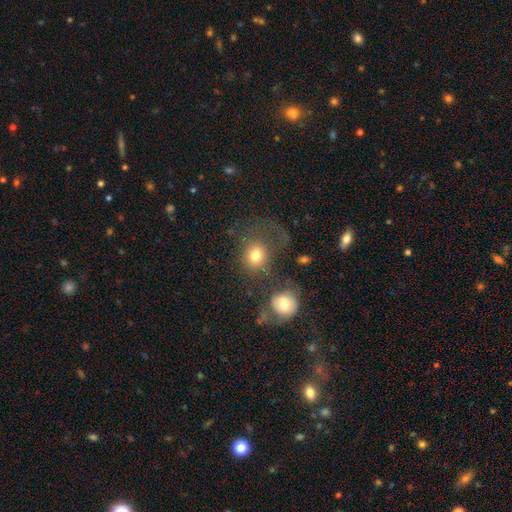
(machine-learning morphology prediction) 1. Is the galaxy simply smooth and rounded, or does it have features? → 76% smooth, 13% featured or disk, 11% star or artifact.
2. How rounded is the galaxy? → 69% round, 30% in between, 1% cigar-shaped.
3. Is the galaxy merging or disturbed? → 42% none, 24% major disturbance, 19% merger, 15% minor disturbance.